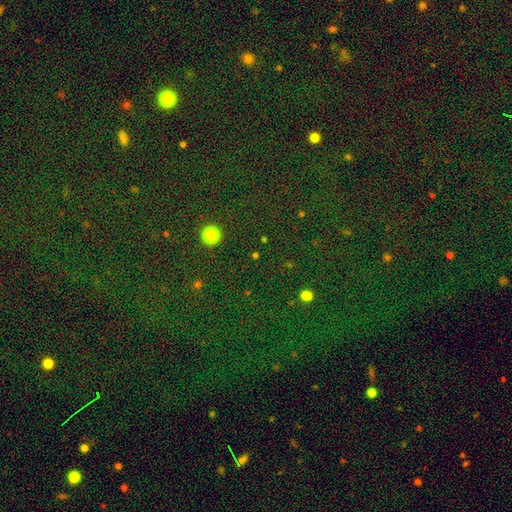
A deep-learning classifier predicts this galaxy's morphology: The model was most divided on "smooth or featured": star or artifact: 74%, smooth: 18%, featured or disk: 7%.